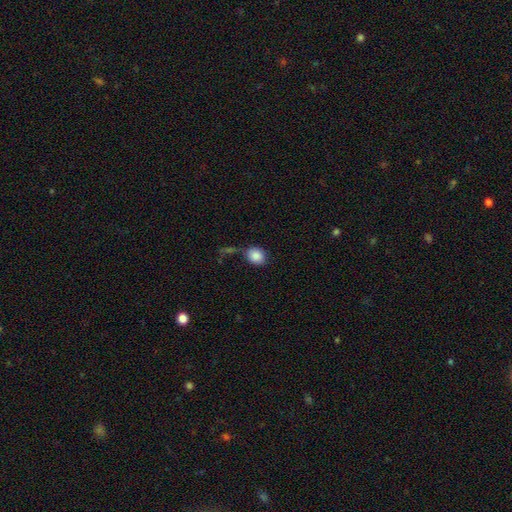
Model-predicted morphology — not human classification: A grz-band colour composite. It shows a smooth galaxy with no disk features (87%) that is round (65%). Merging: none (61%).